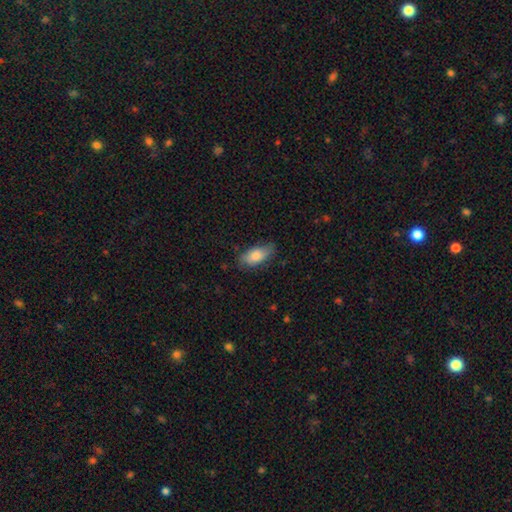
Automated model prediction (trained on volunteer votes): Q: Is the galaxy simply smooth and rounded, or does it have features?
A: smooth — 79%.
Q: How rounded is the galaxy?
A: in between — 88%.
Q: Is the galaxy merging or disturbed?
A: none — 72%.